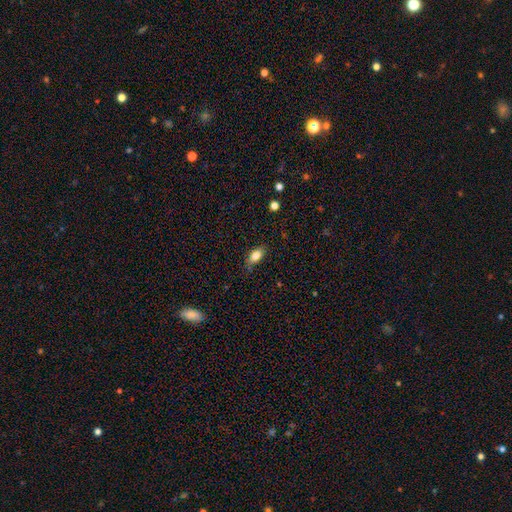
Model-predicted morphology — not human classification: This is clearly a smooth galaxy (83%). How rounded: clearly in between (87%). Merging: likely none (77%).